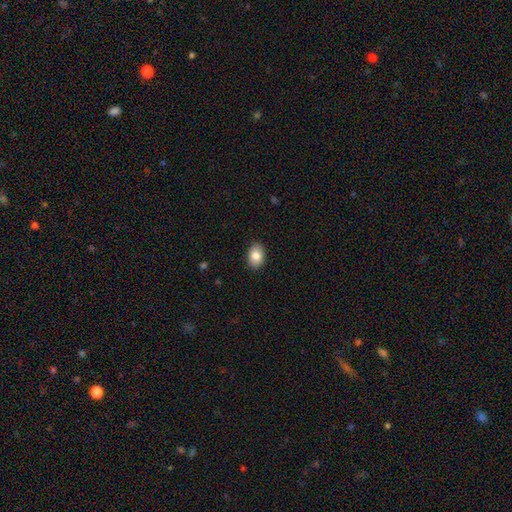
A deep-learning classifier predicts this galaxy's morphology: The model was most divided on "how rounded": in between: 82%, round: 16%, cigar-shaped: 1%. More confident: merging — none (89%); smooth or featured — smooth (84%).